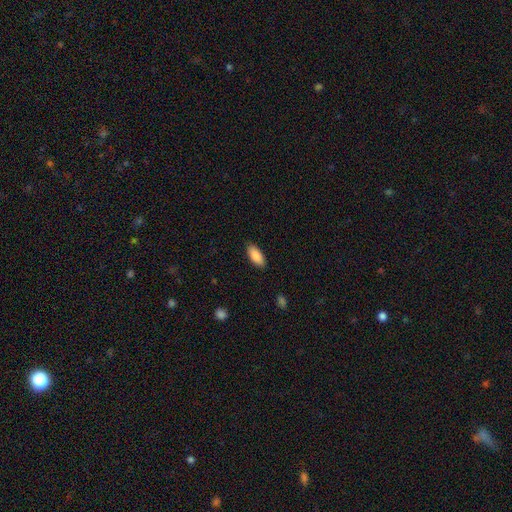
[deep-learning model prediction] This appears to be a smooth galaxy with no disk features (89%) that is in between round and cigar-shaped (87%). Merging: none (88%).